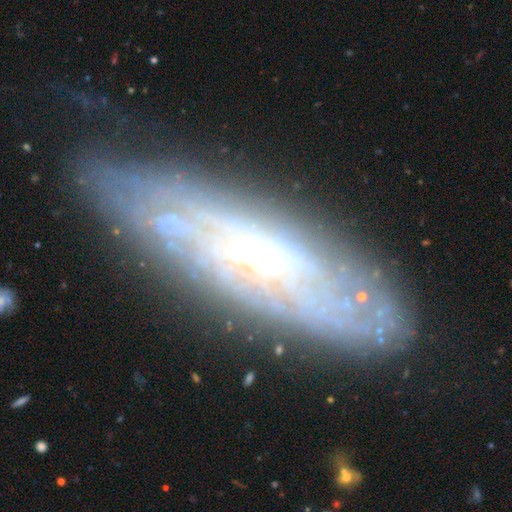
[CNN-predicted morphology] Smooth or featured?
  - featured or disk: 71% *
  - smooth: 21%
  - star or artifact: 8%
Edge-on disk?
  - no: 62% *
  - yes: 38%
Merging?
  - none: 77% *
  - minor disturbance: 16%
  - major disturbance: 5%
  - merger: 2%